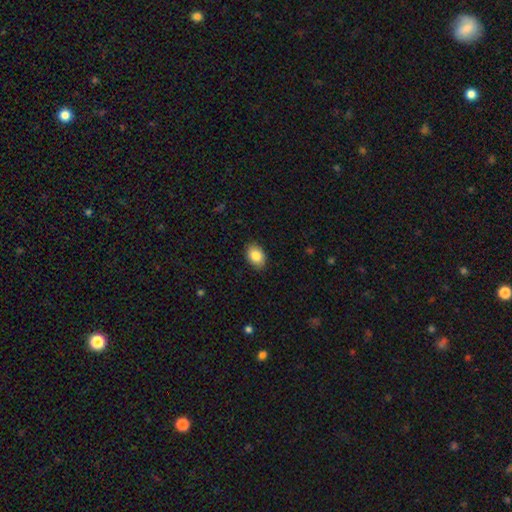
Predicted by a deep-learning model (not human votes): Morphology: type=smooth (86%); roundness=in between (81%); merging=none (87%).